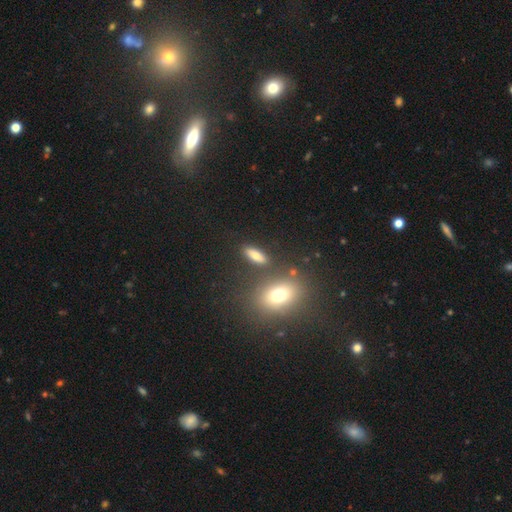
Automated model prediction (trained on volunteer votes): Smooth or featured? smooth (76%)
How rounded? in between (56%)
Merging? none (79%)